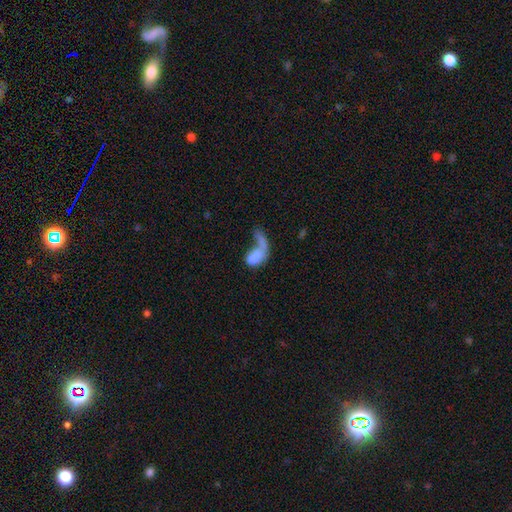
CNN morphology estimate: smooth-or-featured: smooth: 60% | featured or disk: 31% | star or artifact: 9%
  how-rounded: in between: 84% | round: 11% | cigar-shaped: 5%
  merging: major disturbance: 42% | merger: 33% | none: 15% | minor disturbance: 10%